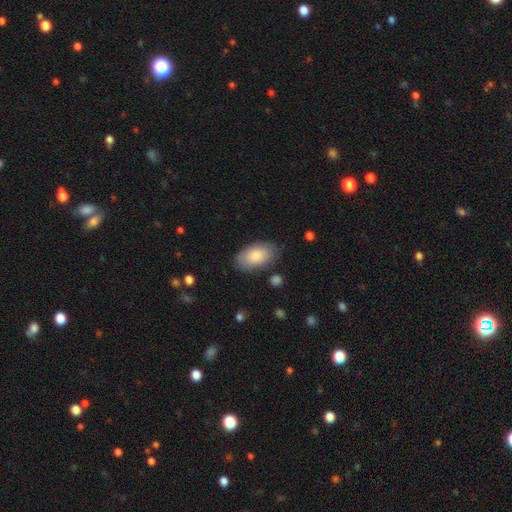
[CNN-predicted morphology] Smooth or featured? smooth (83%)
How rounded? in between (95%)
Merging? none (80%)